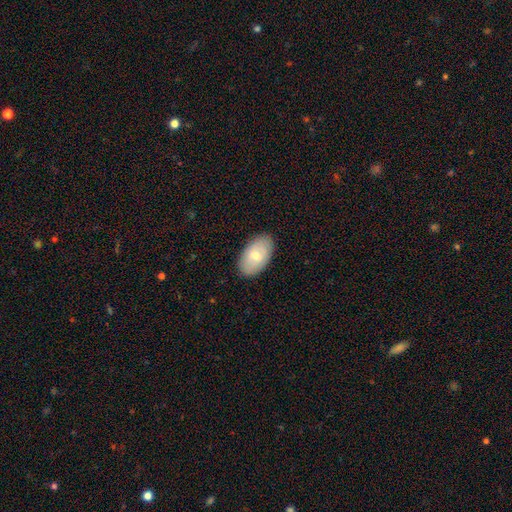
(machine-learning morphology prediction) smooth_or_featured: smooth (p=0.72) [alt: featured or disk p=0.22]
how_rounded: in between (p=0.95) [alt: round p=0.04]
merging: none (p=0.88) [alt: minor disturbance p=0.09]